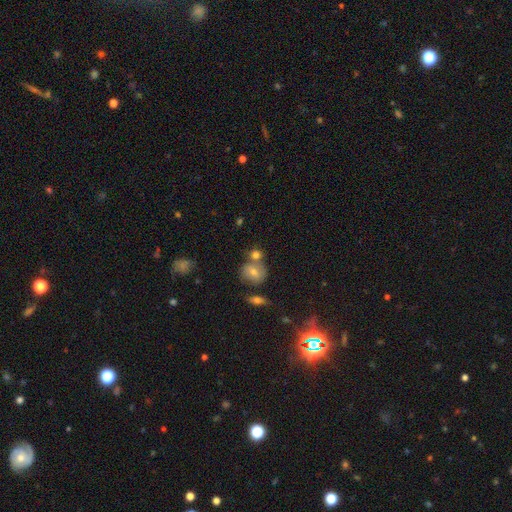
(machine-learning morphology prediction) Smooth or featured? smooth (67%)
How rounded? round (73%)
Merging? none (55%)